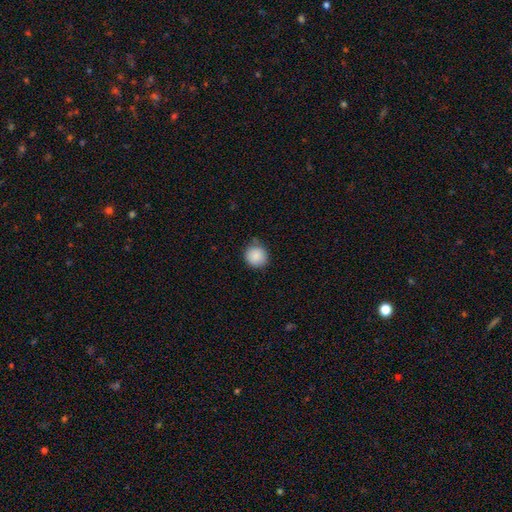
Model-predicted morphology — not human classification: This is clearly a smooth galaxy (88%). How rounded: clearly round (92%). Merging: likely none (79%).